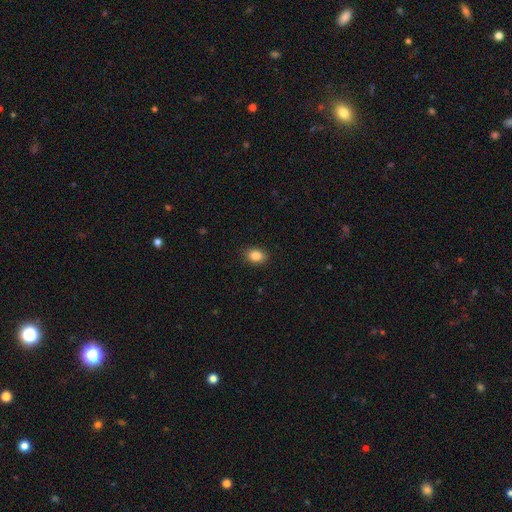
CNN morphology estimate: Smooth or featured?
  - smooth: 85% *
  - star or artifact: 9%
  - featured or disk: 5%
How rounded?
  - in between: 61% *
  - round: 38%
  - cigar-shaped: 1%
Merging?
  - none: 88% *
  - minor disturbance: 9%
  - major disturbance: 2%
  - merger: 1%